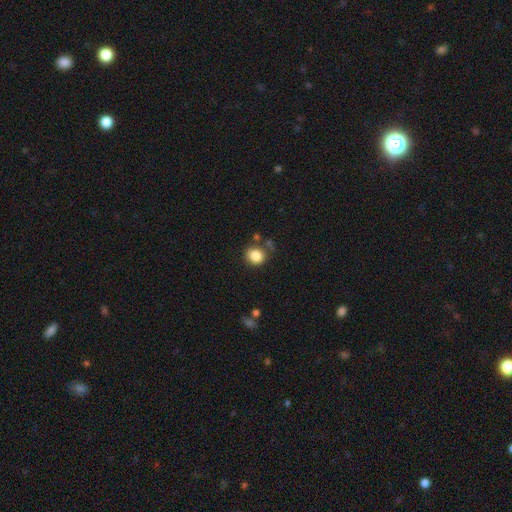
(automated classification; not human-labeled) Smooth or featured: smooth — 85% (star or artifact — 10%)
How rounded: round — 79% (in between — 20%)
Merging: none — 76% (minor disturbance — 13%)